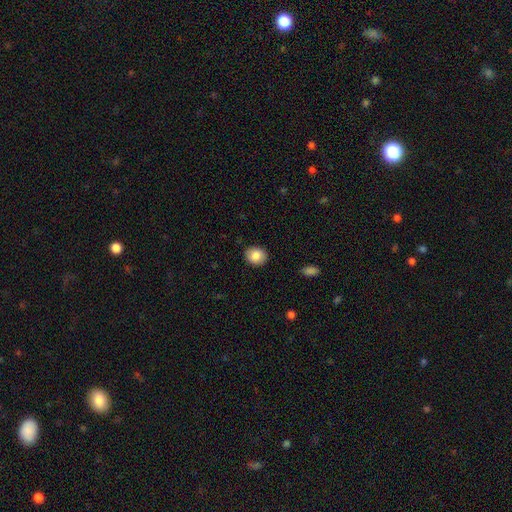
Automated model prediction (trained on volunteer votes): Smooth or featured? Predicted: smooth (p=0.86). How rounded? Predicted: round (p=0.63). Merging? Predicted: none (p=0.89).